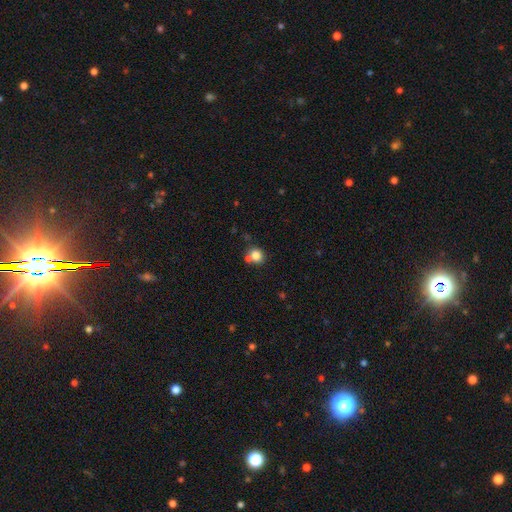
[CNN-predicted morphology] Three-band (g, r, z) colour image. It shows a smooth galaxy with no disk features (80%) that is round (78%). Merging: none (59%).